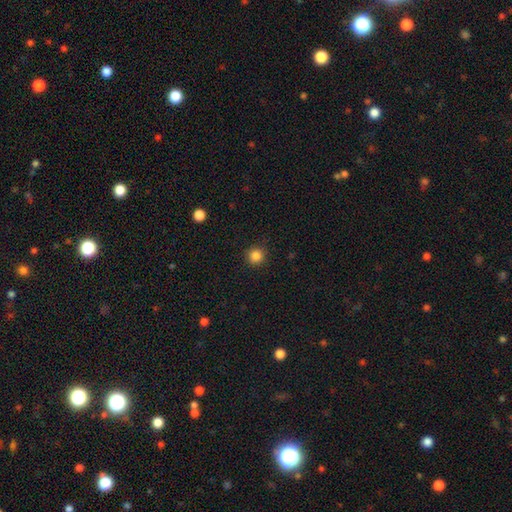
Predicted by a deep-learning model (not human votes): This appears to be a smooth galaxy with no disk features (85%) that is round (94%). Merging: none (91%).